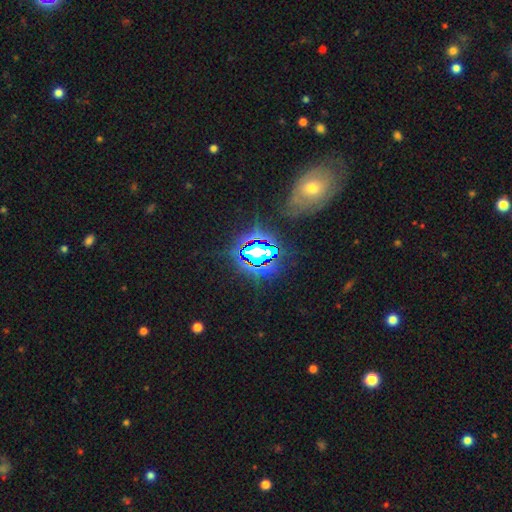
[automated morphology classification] Smooth or featured? Predicted: star or artifact (p=0.74).